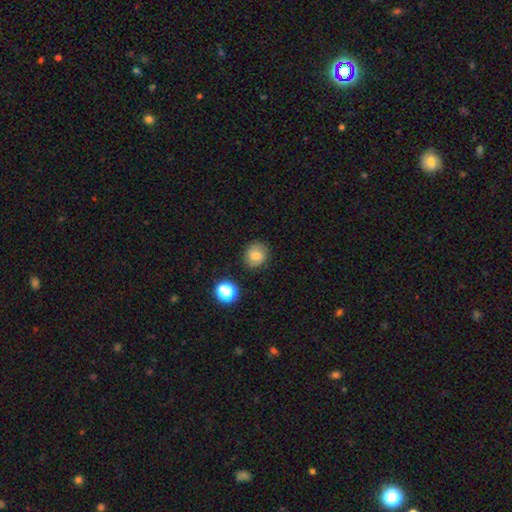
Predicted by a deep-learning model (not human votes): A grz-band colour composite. It shows a smooth galaxy with no disk features (60%) that is round (76%). Merging: none (83%).